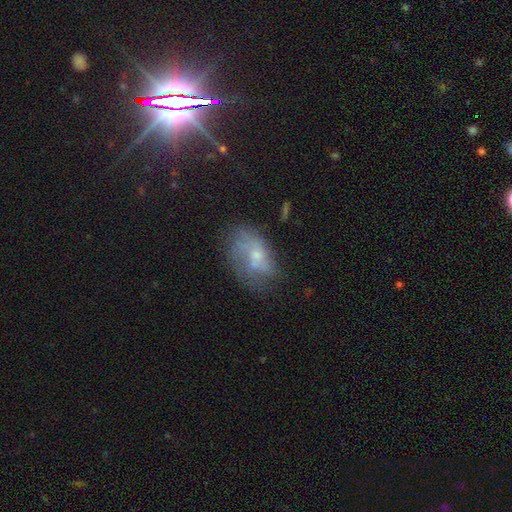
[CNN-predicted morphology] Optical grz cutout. It shows a featured or disk galaxy (51%). Merging: none (47%).